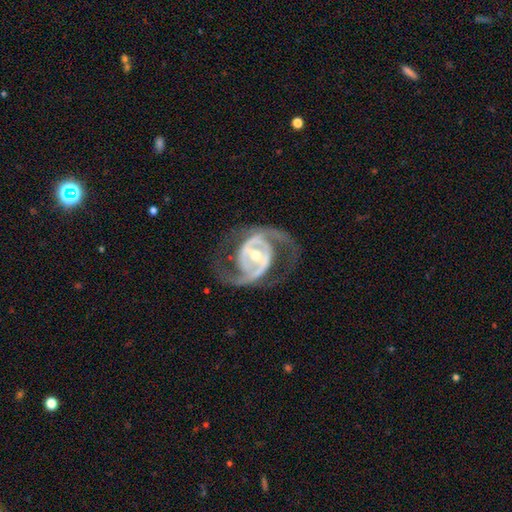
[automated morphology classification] A featured or disk galaxy (92%) with a strong bar (41%), 2 (92%) medium (57%) spiral arms (95%) and a moderate central bulge (61%). Merging: none (71%).